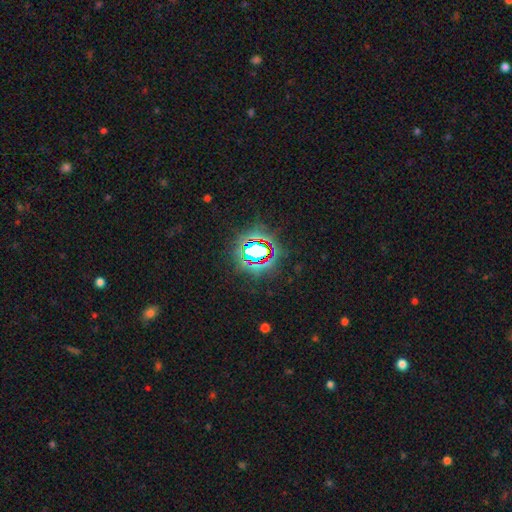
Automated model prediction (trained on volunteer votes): A star or artifact, not a galaxy (75%).

Vote fractions:
- Smooth or featured? star or artifact: 75% / smooth: 15% / featured or disk: 10%